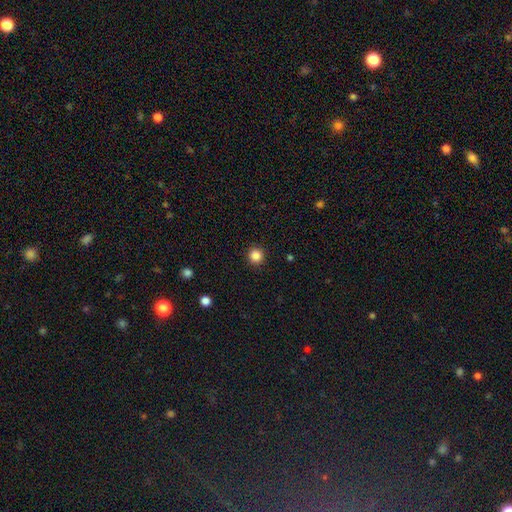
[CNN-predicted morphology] smooth-or-featured: smooth: 86% | star or artifact: 11% | featured or disk: 3%
  how-rounded: round: 95% | in between: 4% | cigar-shaped: 1%
  merging: none: 92% | minor disturbance: 5% | major disturbance: 2% | merger: 1%